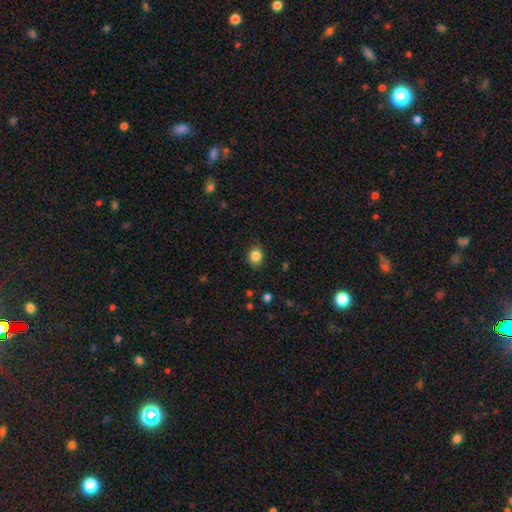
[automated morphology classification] smooth 85%, star or artifact 10%, featured or disk 5%. Down the decision tree: how rounded — round (57%); merging — none (86%).